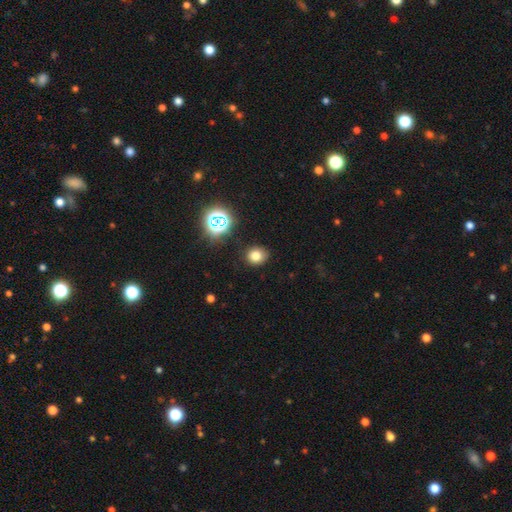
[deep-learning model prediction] Smooth or featured? smooth (74%)
How rounded? round (75%)
Merging? none (84%)